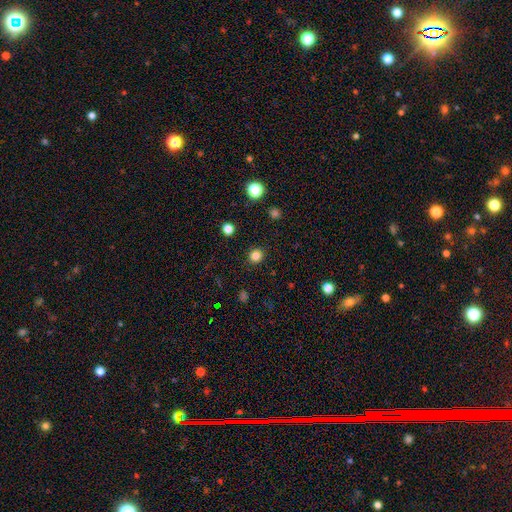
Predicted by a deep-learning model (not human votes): A smooth galaxy with no disk features (83%) that is round (85%). Merging: none (91%).